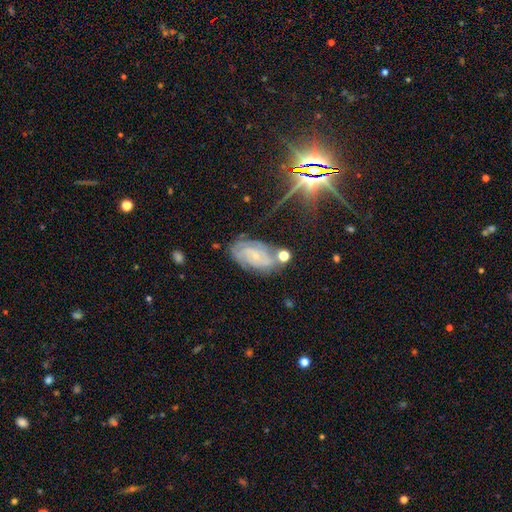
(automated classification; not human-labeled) A featured or disk galaxy (73%) with no bar (62%), 2 (34%) tight (62%) spiral arms (92%) and a small central bulge (78%).

Vote fractions:
- Smooth or featured? featured or disk: 73% / smooth: 15% / star or artifact: 12%
- Edge-on disk? no: 95% / yes: 5%
- Bar? no: 62% / weak: 30% / strong: 8%
- Spiral arms? yes: 92% / no: 8%
- Spiral winding? tight: 62% / medium: 31% / loose: 8%
- Spiral arm count? 2: 34% / can't tell: 31% / 3: 20% / 4: 7% / 1: 4% / more than 4: 4%
- Bulge size? small: 78% / moderate: 14% / none: 6% / large: 1% / dominant: 1%
- Merging? none: 68% / minor disturbance: 19% / major disturbance: 7% / merger: 6%